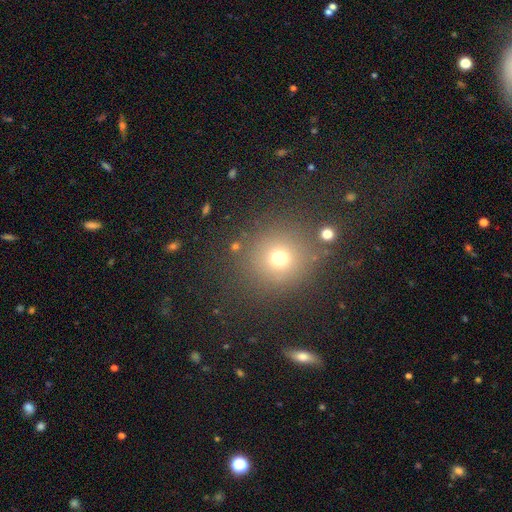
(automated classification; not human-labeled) smooth_or_featured: smooth (p=0.59) [alt: star or artifact p=0.32]
how_rounded: round (p=0.87) [alt: in between p=0.11]
merging: none (p=0.79) [alt: minor disturbance p=0.10]